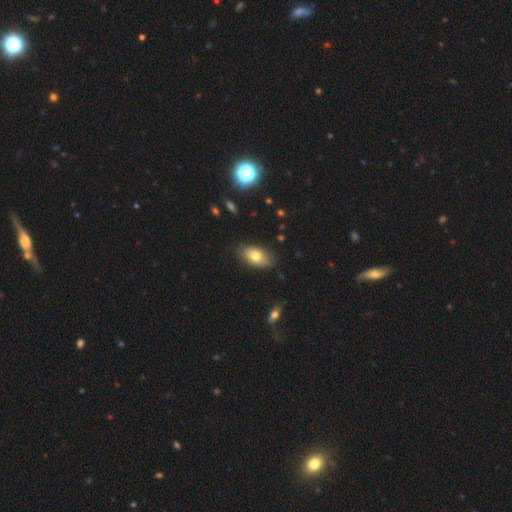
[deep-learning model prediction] smooth_or_featured: smooth (p=0.75) [alt: featured or disk p=0.16]
how_rounded: in between (p=0.90) [alt: round p=0.07]
merging: none (p=0.81) [alt: minor disturbance p=0.15]